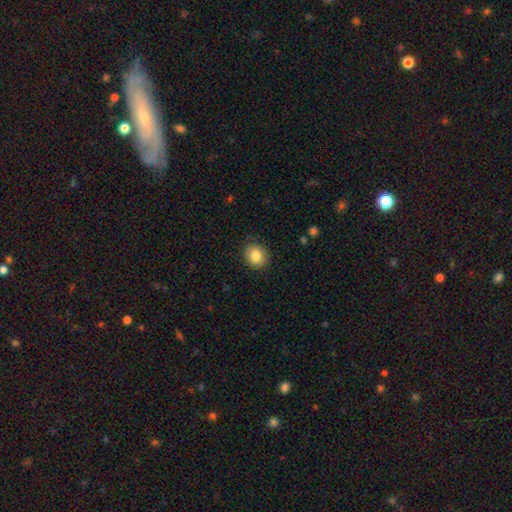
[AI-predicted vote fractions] This is clearly a smooth galaxy (84%). How rounded: likely round (73%). Merging: clearly none (88%).